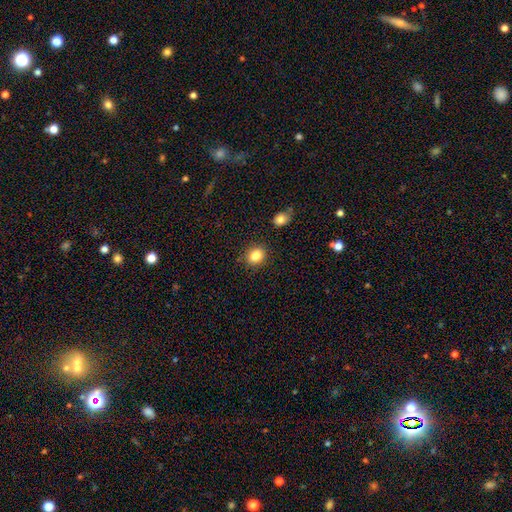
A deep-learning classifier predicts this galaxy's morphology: Smooth or featured?
  - smooth: 84% *
  - star or artifact: 10%
  - featured or disk: 6%
How rounded?
  - round: 70% *
  - in between: 29%
  - cigar-shaped: 1%
Merging?
  - none: 86% *
  - minor disturbance: 8%
  - merger: 3%
  - major disturbance: 2%